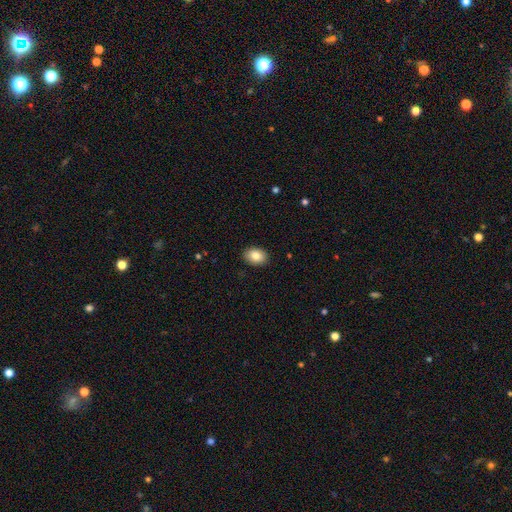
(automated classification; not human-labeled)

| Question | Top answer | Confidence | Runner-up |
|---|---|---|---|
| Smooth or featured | smooth | 85% | star or artifact (8%) |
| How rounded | in between | 76% | round (23%) |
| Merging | none | 90% | minor disturbance (7%) |